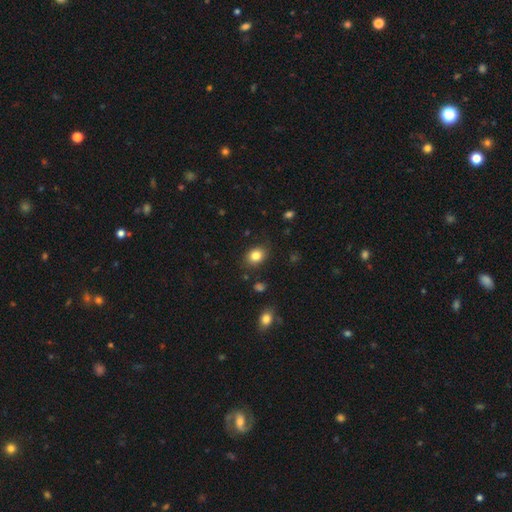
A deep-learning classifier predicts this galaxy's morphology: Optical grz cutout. It shows a smooth galaxy with no disk features (83%) that is in between round and cigar-shaped (56%). Merging: none (82%).